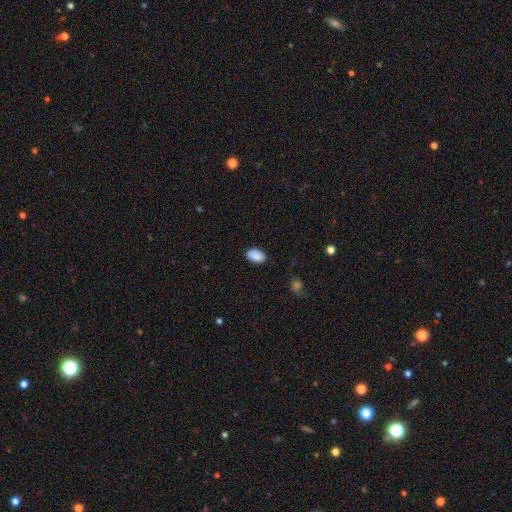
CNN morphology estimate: A smooth galaxy with no disk features (90%) that is in between round and cigar-shaped (90%).

Vote fractions:
- Smooth or featured? smooth: 90% / star or artifact: 7% / featured or disk: 3%
- How rounded? in between: 90% / round: 9% / cigar-shaped: 1%
- Merging? none: 87% / minor disturbance: 10% / major disturbance: 2% / merger: 1%